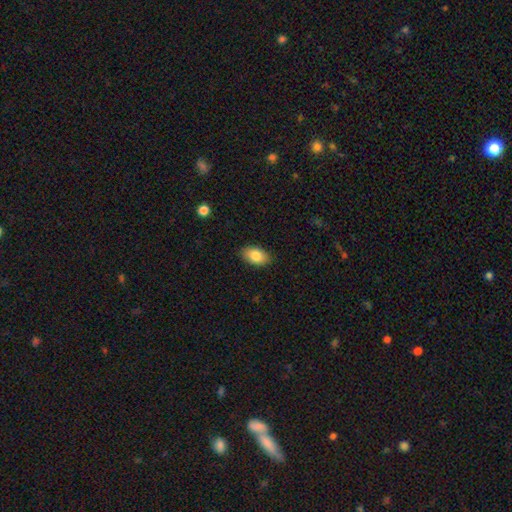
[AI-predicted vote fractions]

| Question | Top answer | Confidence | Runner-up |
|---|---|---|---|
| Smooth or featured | smooth | 84% | featured or disk (9%) |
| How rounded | in between | 92% | round (6%) |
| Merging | none | 88% | minor disturbance (9%) |